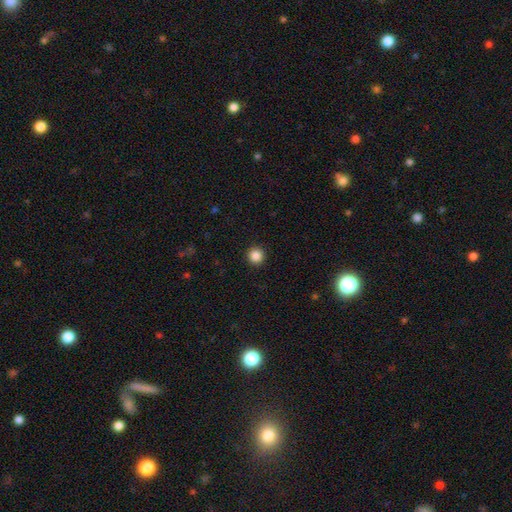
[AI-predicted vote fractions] Smooth or featured? Predicted: smooth (p=0.86). How rounded? Predicted: round (p=0.95). Merging? Predicted: none (p=0.93).